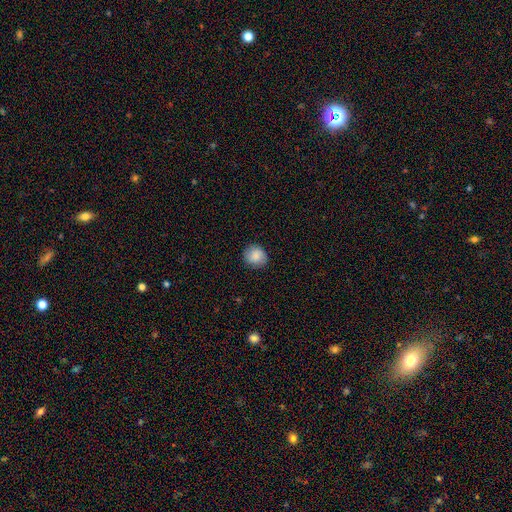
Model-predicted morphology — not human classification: Overall: smooth (83%). How rounded: round (84%). Merging: none (86%).